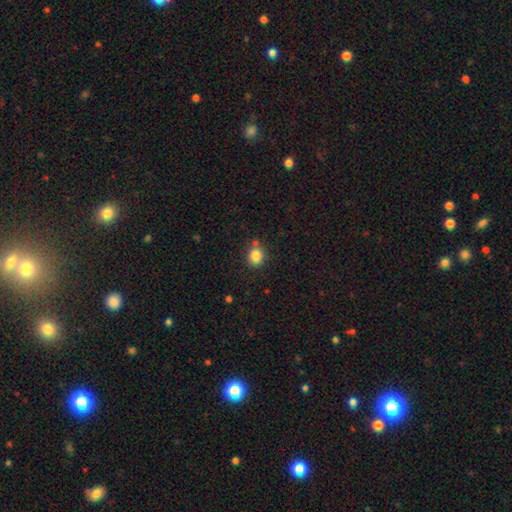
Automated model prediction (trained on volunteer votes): Q: Smooth or featured?
A: smooth (84%); runner-up: star or artifact (10%)
Q: How rounded?
A: round (73%); runner-up: in between (26%)
Q: Merging?
A: none (76%); runner-up: minor disturbance (12%)